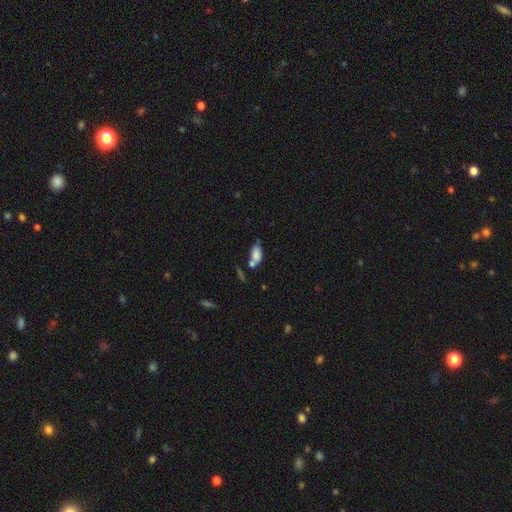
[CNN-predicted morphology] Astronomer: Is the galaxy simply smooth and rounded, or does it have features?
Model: smooth — 77%.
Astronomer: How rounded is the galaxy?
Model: in between — 88%.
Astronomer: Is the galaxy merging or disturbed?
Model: none — 42% (runner-up: merger, 32%).